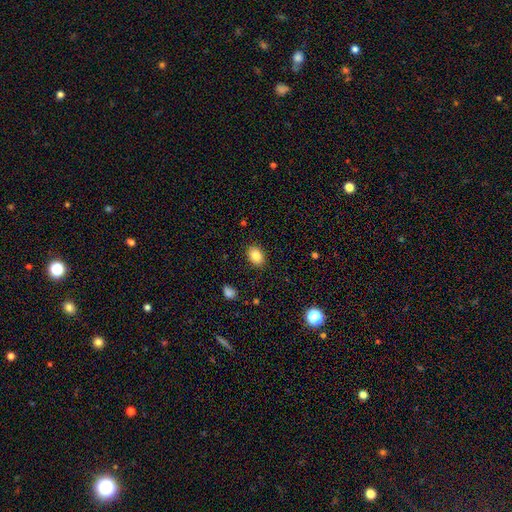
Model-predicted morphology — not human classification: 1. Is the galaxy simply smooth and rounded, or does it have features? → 84% smooth, 9% star or artifact, 7% featured or disk.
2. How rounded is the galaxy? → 77% in between, 22% round, 1% cigar-shaped.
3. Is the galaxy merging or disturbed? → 87% none, 9% minor disturbance, 2% major disturbance, 1% merger.